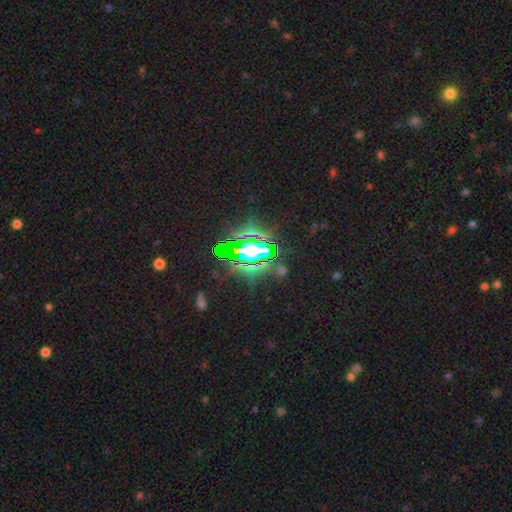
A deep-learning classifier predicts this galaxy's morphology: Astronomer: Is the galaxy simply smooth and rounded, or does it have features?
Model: star or artifact — 79%.